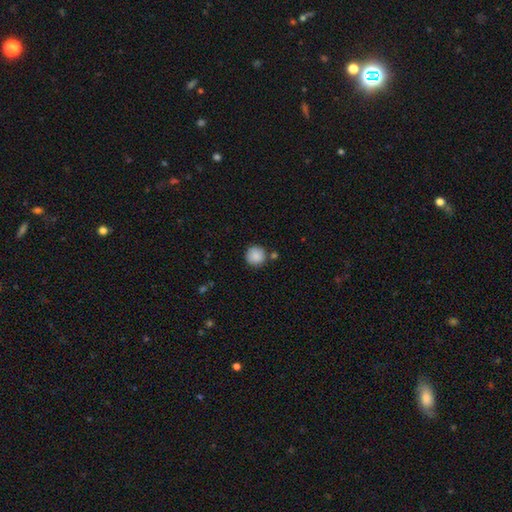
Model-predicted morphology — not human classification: Smooth or featured? Predicted: smooth (p=0.88). How rounded? Predicted: round (p=0.95). Merging? Predicted: none (p=0.81).